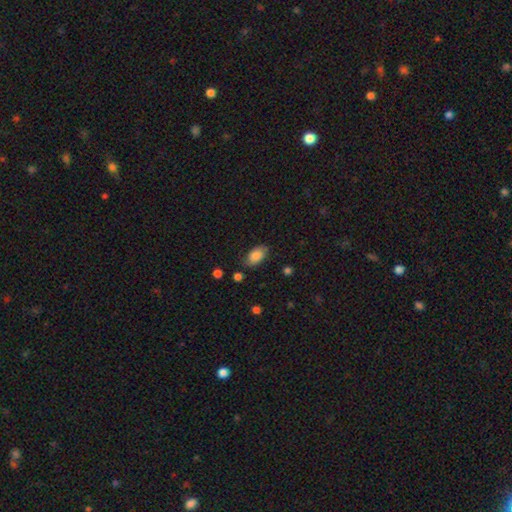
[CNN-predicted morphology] Smooth or featured? smooth (83%)
How rounded? in between (92%)
Merging? none (77%)